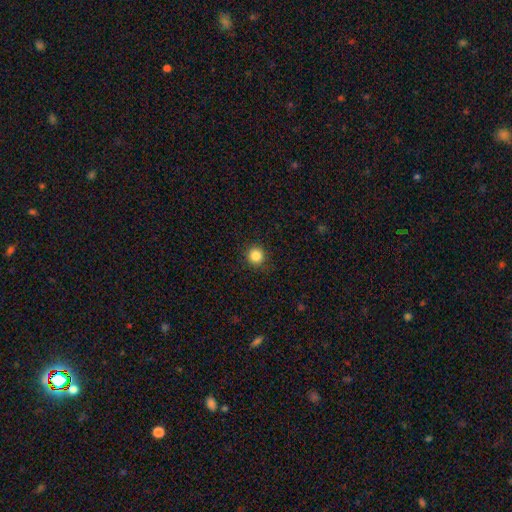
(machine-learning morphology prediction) smooth 85%, star or artifact 11%, featured or disk 4%. Down the decision tree: how rounded — round (93%); merging — none (89%).